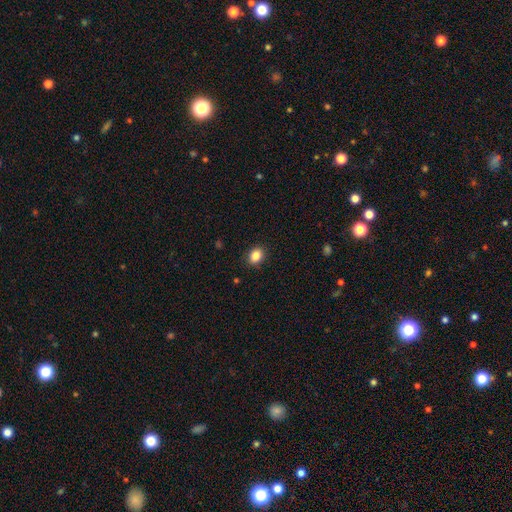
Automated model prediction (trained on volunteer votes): smooth 86%, star or artifact 9%, featured or disk 5%. Down the decision tree: how rounded — in between (56%); merging — none (89%).